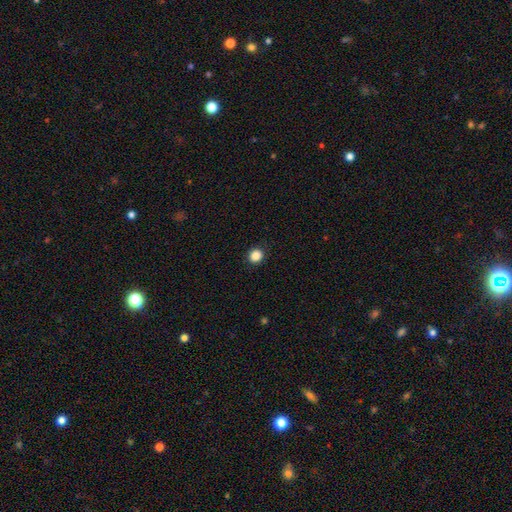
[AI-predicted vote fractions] smooth-or-featured: smooth: 86% | star or artifact: 11% | featured or disk: 3%
  how-rounded: round: 84% | in between: 15% | cigar-shaped: 1%
  merging: none: 91% | minor disturbance: 6% | major disturbance: 2% | merger: 1%